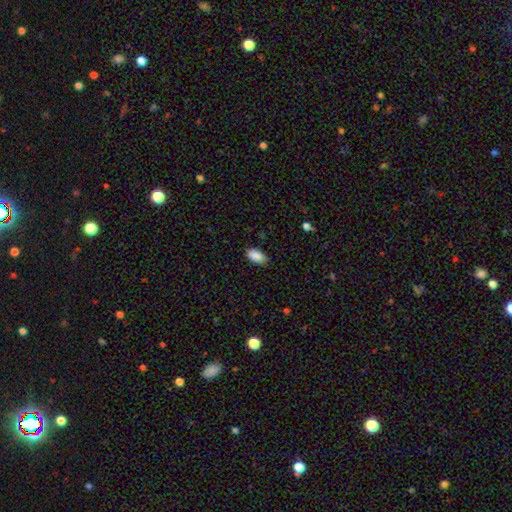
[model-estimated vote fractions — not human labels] smooth 89%, star or artifact 7%, featured or disk 4%. Down the decision tree: how rounded — in between (94%); merging — none (86%).